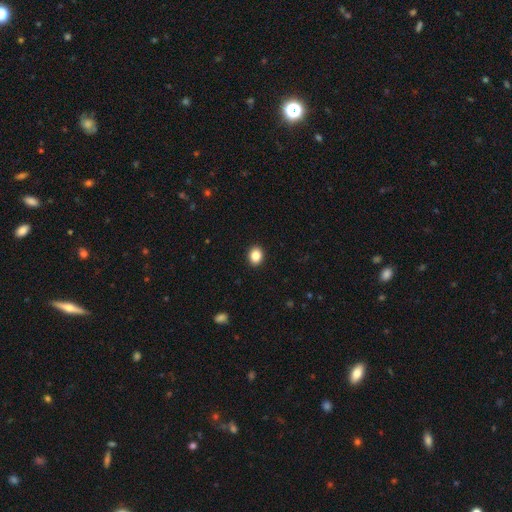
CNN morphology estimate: Smooth or featured?
  - smooth: 86% *
  - star or artifact: 10%
  - featured or disk: 4%
How rounded?
  - round: 60% *
  - in between: 39%
  - cigar-shaped: 1%
Merging?
  - none: 92% *
  - minor disturbance: 5%
  - major disturbance: 2%
  - merger: 1%